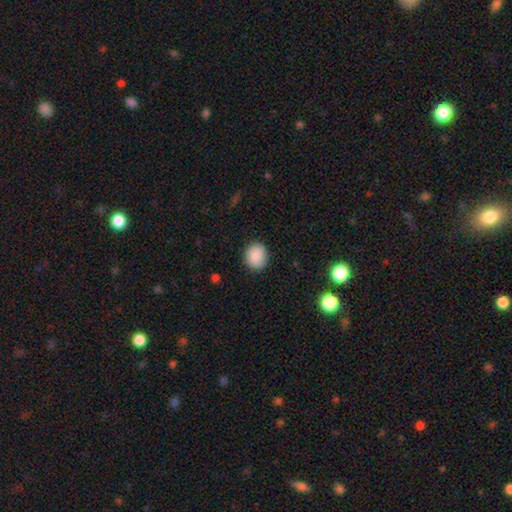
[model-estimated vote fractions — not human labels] Overall: smooth (89%). How rounded: round (72%). Merging: none (88%).